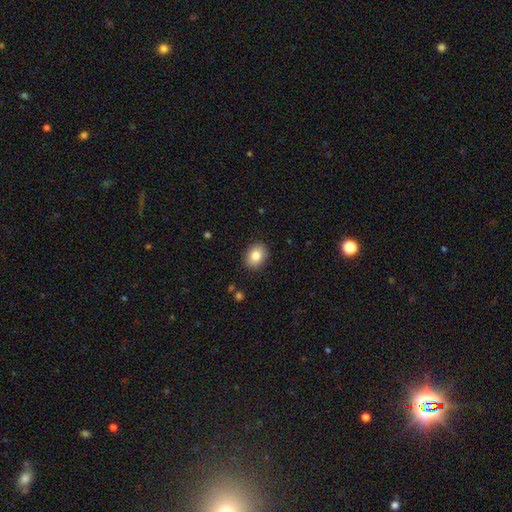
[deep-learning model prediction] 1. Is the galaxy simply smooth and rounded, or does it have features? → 83% smooth, 9% featured or disk, 8% star or artifact.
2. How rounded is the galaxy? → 58% in between, 41% round, 1% cigar-shaped.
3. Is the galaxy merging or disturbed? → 89% none, 8% minor disturbance, 2% major disturbance, 1% merger.